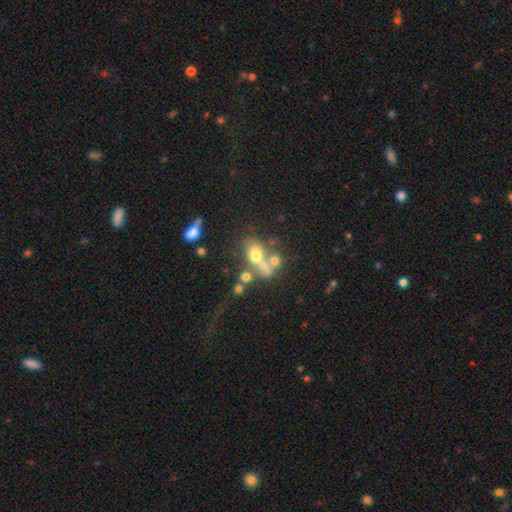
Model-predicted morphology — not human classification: smooth 56%, featured or disk 27%, star or artifact 18%. Down the decision tree: how rounded — in between (50%); merging — merger (46%).